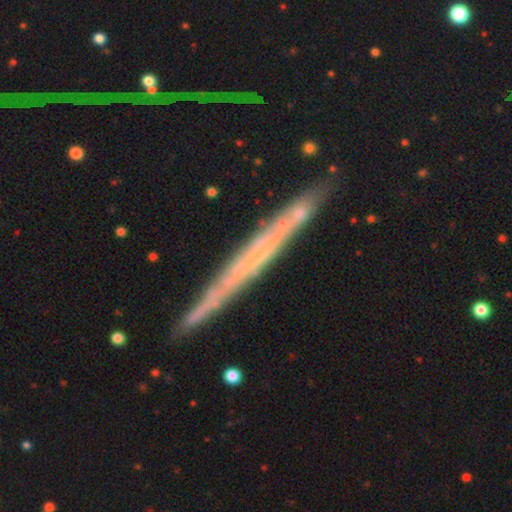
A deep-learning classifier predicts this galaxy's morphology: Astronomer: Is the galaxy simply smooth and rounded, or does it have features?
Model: featured or disk — 68%.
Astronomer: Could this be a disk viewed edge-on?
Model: yes — 92%.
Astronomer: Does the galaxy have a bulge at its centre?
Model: none — 85%.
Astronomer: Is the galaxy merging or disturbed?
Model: none — 80%.